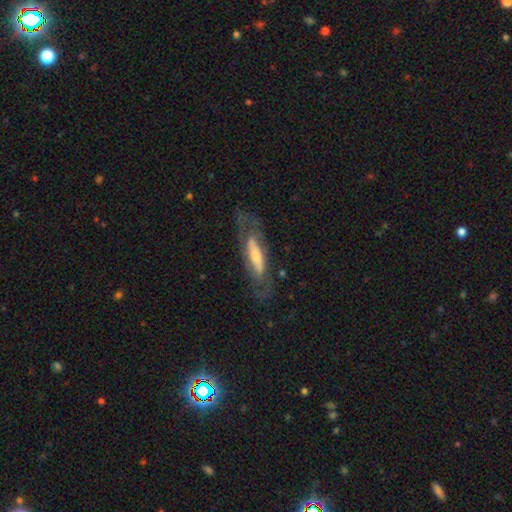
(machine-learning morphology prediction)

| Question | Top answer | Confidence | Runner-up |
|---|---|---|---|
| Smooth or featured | featured or disk | 68% | smooth (22%) |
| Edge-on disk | no | 58% | yes (42%) |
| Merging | none | 75% | minor disturbance (16%) |